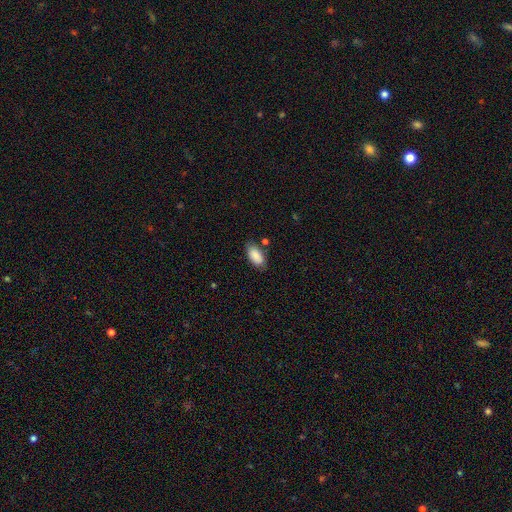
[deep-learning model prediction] Overall: smooth (87%). How rounded: in between (93%). Merging: none (75%).